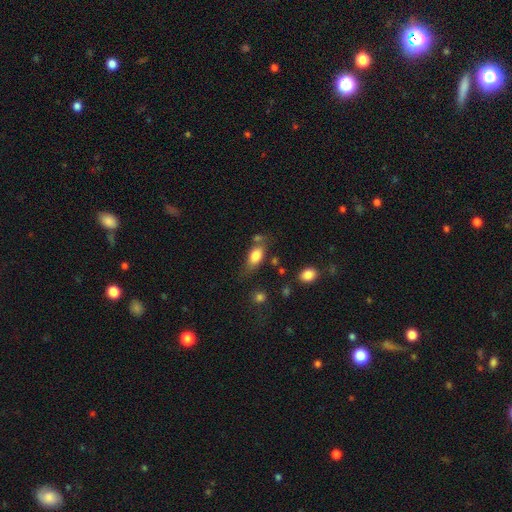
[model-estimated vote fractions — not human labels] This is likely a smooth galaxy (80%). How rounded: clearly in between (86%). Merging: possibly none (54%).